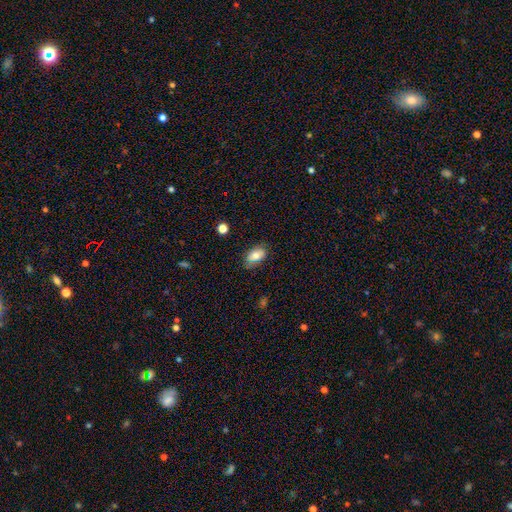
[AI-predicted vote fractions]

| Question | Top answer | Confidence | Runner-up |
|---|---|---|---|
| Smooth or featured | smooth | 71% | featured or disk (20%) |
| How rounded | in between | 90% | round (9%) |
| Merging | none | 75% | minor disturbance (20%) |